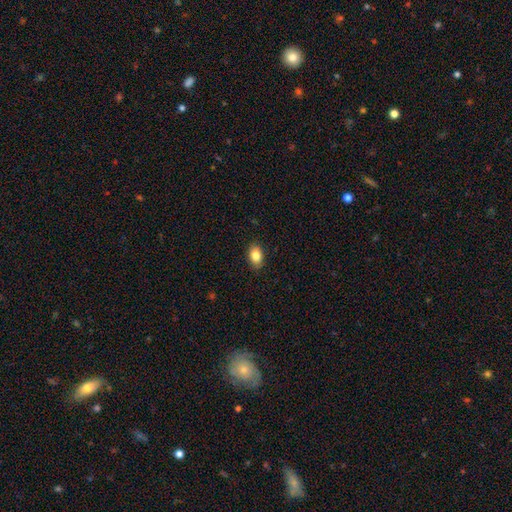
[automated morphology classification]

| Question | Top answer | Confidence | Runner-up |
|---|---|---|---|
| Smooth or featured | smooth | 83% | featured or disk (9%) |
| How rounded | in between | 86% | round (12%) |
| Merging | none | 88% | minor disturbance (9%) |